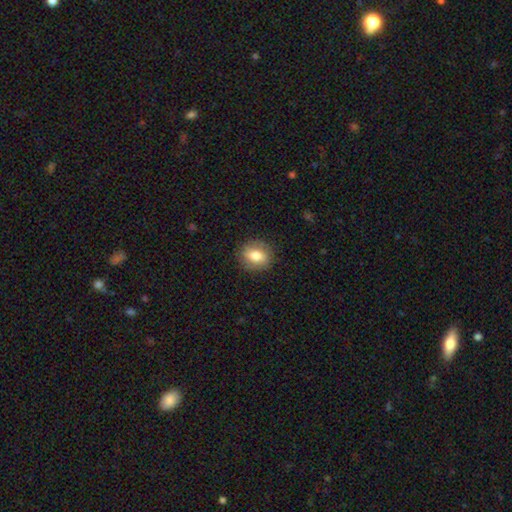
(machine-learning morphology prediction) The model was most divided on "how rounded": round: 58%, in between: 40%, cigar-shaped: 2%. More confident: merging — none (86%); smooth or featured — smooth (73%).